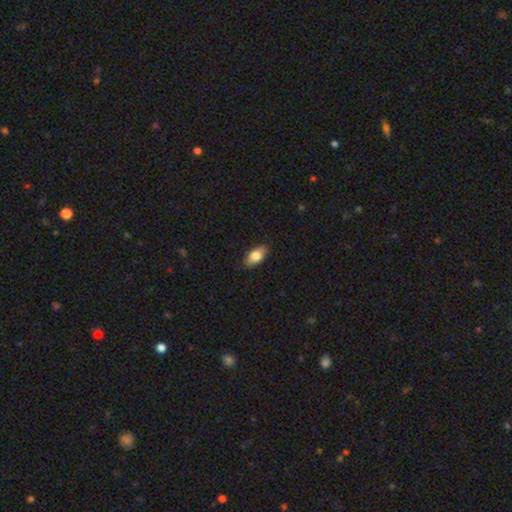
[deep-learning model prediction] A smooth galaxy with no disk features (80%) that is in between round and cigar-shaped (90%). Merging: none (86%).